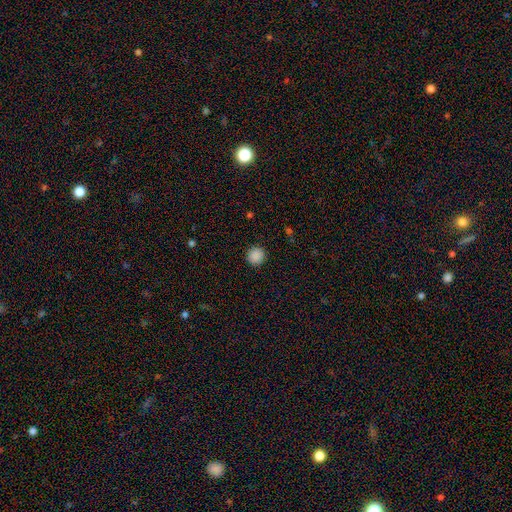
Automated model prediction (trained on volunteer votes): Smooth or featured? smooth (88%)
How rounded? round (93%)
Merging? none (92%)